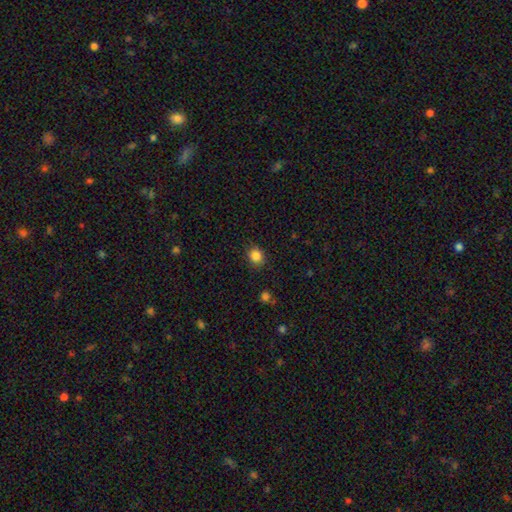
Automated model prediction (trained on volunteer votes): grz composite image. It shows a smooth galaxy with no disk features (85%) that is round (70%). Merging: none (86%).